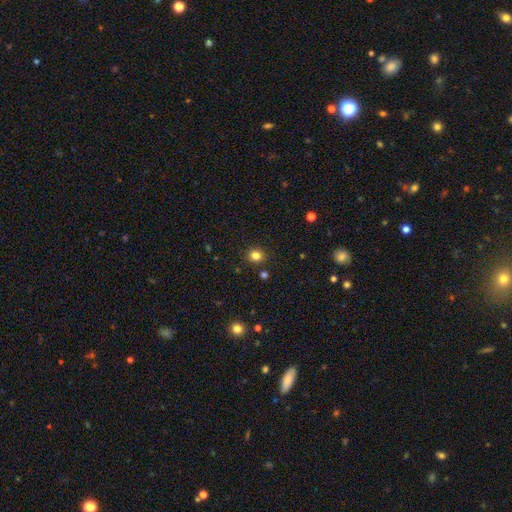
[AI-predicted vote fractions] Smooth or featured? Predicted: smooth (p=0.82). How rounded? Predicted: round (p=0.84). Merging? Predicted: none (p=0.89).